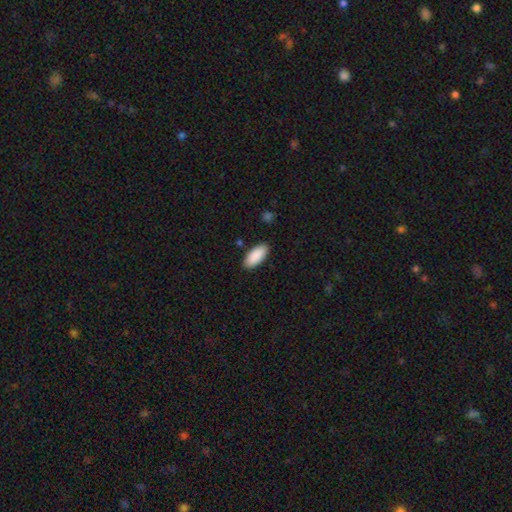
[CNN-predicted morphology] smooth 91%, star or artifact 5%, featured or disk 3%. Down the decision tree: how rounded — in between (88%); merging — none (88%).